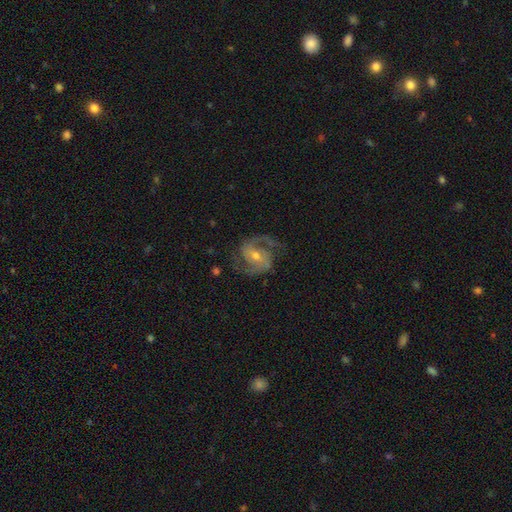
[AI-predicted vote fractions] Morphology: type=featured or disk (91%); edge-on=no (98%); bar=weak (43%); spiral arms=yes (98%); winding=medium (62%); arm count=2 (93%); bulge=moderate (55%); merging=none (79%).